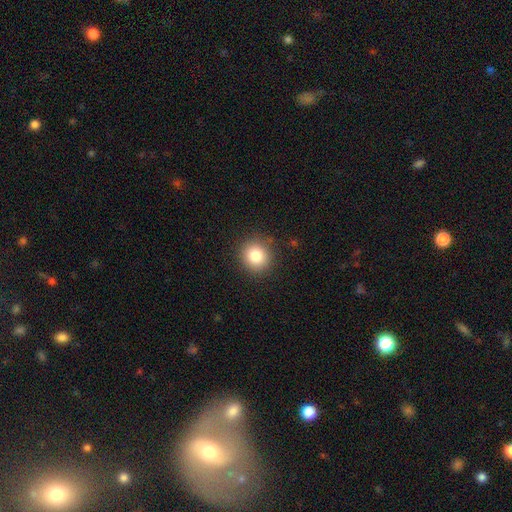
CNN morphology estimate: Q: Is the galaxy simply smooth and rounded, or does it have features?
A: smooth — 82%.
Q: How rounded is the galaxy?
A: round — 89%.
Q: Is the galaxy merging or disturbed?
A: none — 89%.